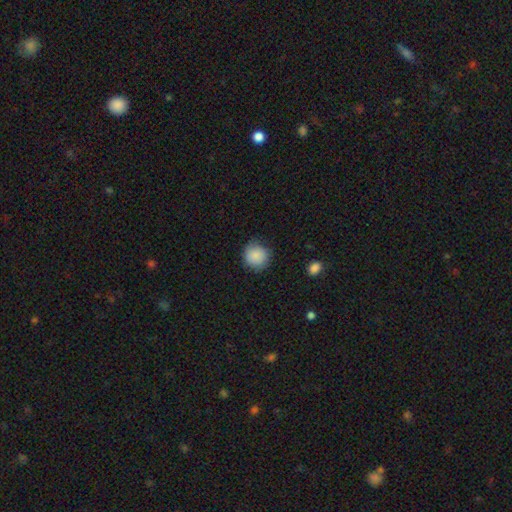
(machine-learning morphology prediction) Smooth or featured? smooth (87%)
How rounded? round (90%)
Merging? none (79%)